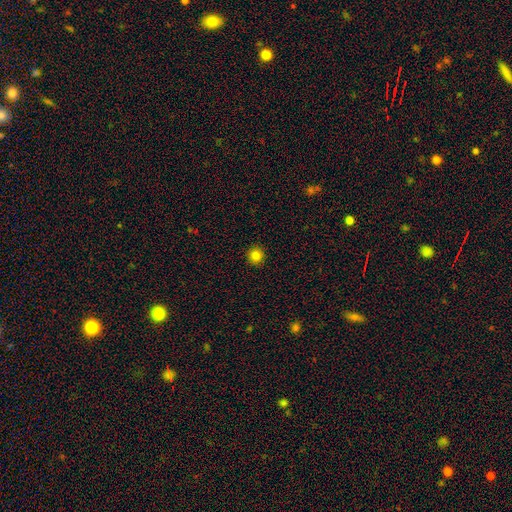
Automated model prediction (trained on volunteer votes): A smooth galaxy with no disk features (82%) that is round (94%).

Vote fractions:
- Smooth or featured? smooth: 82% / star or artifact: 12% / featured or disk: 5%
- How rounded? round: 94% / in between: 5% / cigar-shaped: 1%
- Merging? none: 93% / minor disturbance: 5% / major disturbance: 2% / merger: 1%